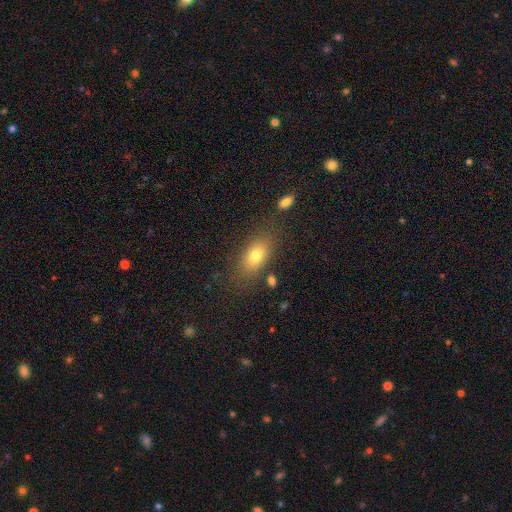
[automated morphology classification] smooth-or-featured: smooth: 76% | featured or disk: 15% | star or artifact: 9%
  how-rounded: in between: 85% | round: 9% | cigar-shaped: 6%
  merging: none: 77% | minor disturbance: 13% | major disturbance: 5% | merger: 4%